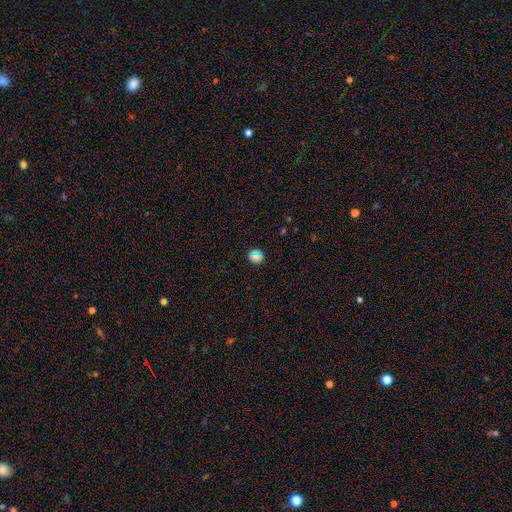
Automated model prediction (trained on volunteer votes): smooth_or_featured: smooth (p=0.58) [alt: star or artifact p=0.35]
how_rounded: round (p=0.81) [alt: in between p=0.17]
merging: none (p=0.85) [alt: minor disturbance p=0.09]